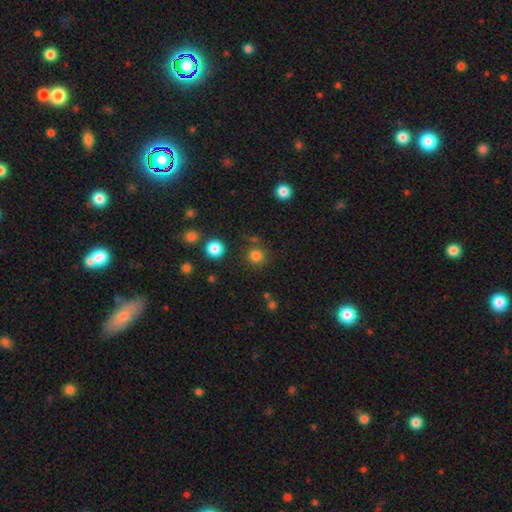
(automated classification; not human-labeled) smooth-or-featured: smooth: 81% | star or artifact: 14% | featured or disk: 4%
  how-rounded: round: 93% | in between: 6% | cigar-shaped: 1%
  merging: none: 83% | minor disturbance: 8% | merger: 6% | major disturbance: 3%